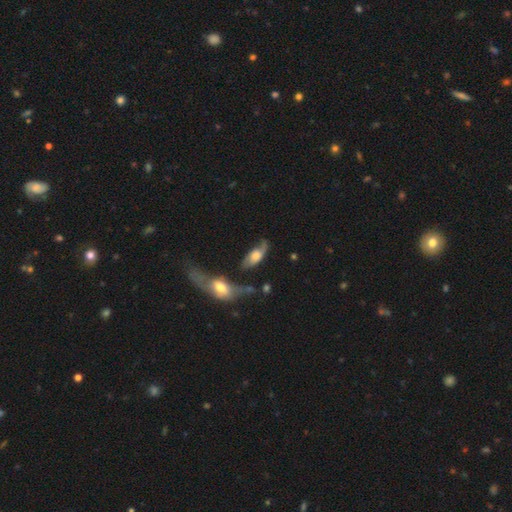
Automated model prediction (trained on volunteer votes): Smooth or featured?
  - featured or disk: 53% *
  - smooth: 40%
  - star or artifact: 7%
Edge-on disk?
  - no: 80% *
  - yes: 20%
Merging?
  - none: 40% *
  - minor disturbance: 26%
  - major disturbance: 21%
  - merger: 14%